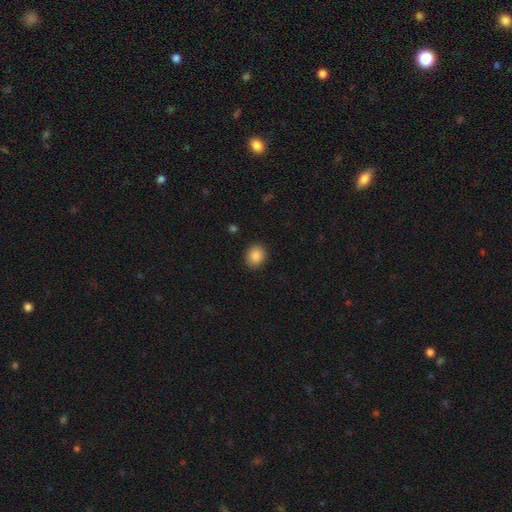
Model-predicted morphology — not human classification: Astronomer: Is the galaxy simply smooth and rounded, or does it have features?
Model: smooth — 87%.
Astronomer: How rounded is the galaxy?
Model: round — 73%.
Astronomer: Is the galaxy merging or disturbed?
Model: none — 90%.